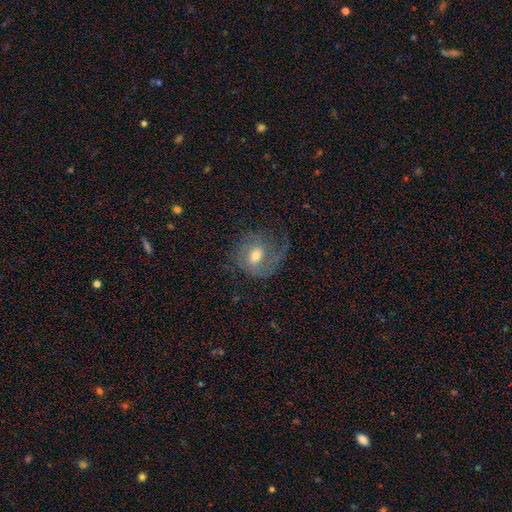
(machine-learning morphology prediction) A featured or disk galaxy (72%) with no bar (53%), 2 (45%) medium (41%) spiral arms (90%) and a moderate central bulge (66%). Merging: none (57%).